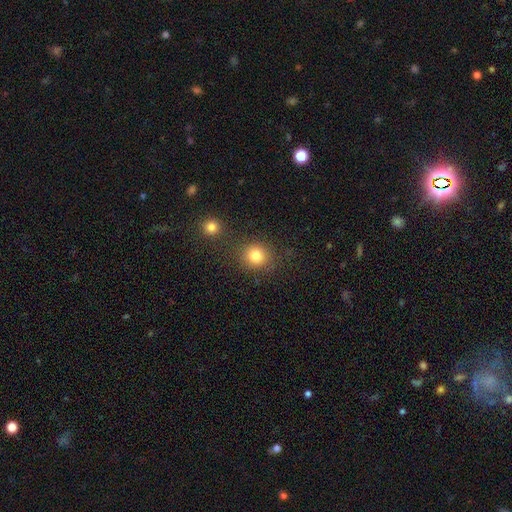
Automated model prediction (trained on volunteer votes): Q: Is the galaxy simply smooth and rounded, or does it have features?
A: smooth — 82%.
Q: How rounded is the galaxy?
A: round — 87%.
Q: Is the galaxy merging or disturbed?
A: none — 79%.